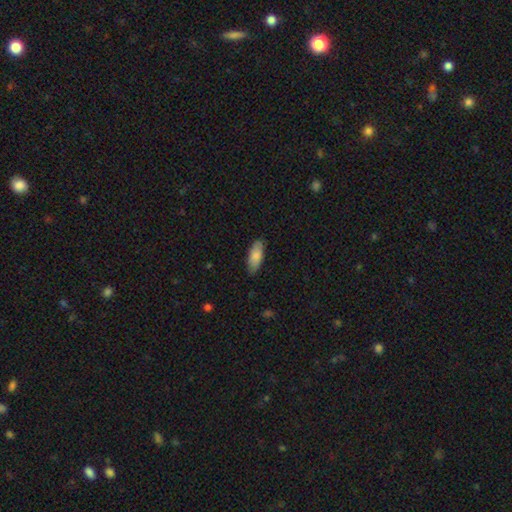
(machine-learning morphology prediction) Smooth or featured? Predicted: smooth (p=0.82). How rounded? Predicted: in between (p=0.81). Merging? Predicted: none (p=0.83).